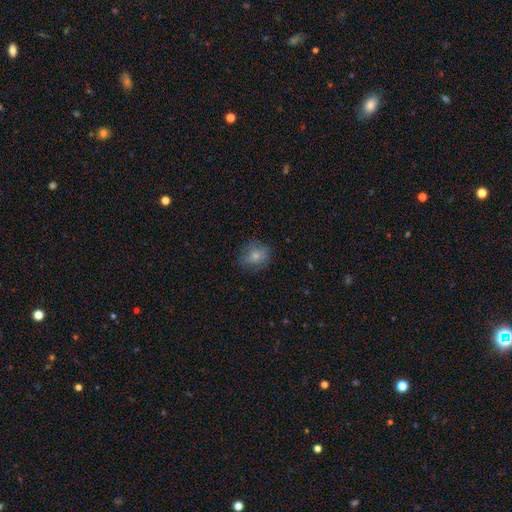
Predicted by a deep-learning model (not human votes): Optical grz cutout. It shows a smooth galaxy with no disk features (75%) that is round (59%). Merging: none (74%).